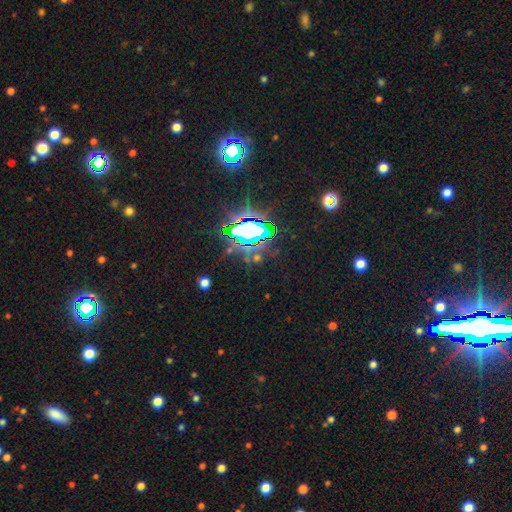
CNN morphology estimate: smooth-or-featured: star or artifact: 77% | smooth: 12% | featured or disk: 10%